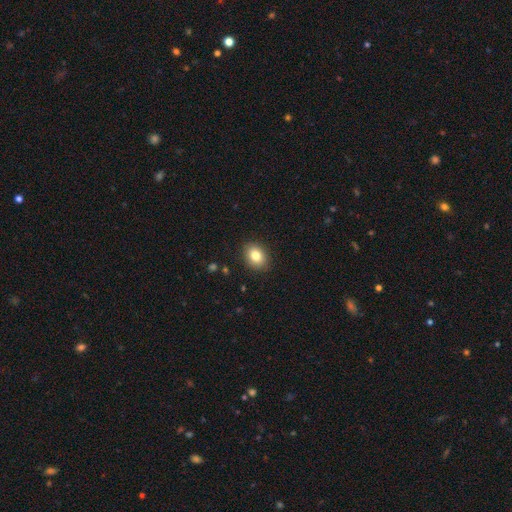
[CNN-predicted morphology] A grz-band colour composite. It shows a smooth galaxy with no disk features (83%) that is in between round and cigar-shaped (59%). Merging: none (89%).